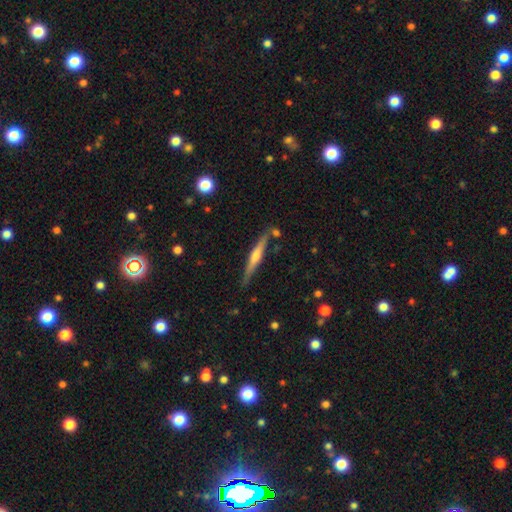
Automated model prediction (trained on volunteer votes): smooth_or_featured: featured or disk (p=0.67) [alt: smooth p=0.28]
disk_edge_on: yes (p=0.97) [alt: no p=0.03]
edge_on_bulge: rounded (p=0.76) [alt: boxy p=0.12]
merging: none (p=0.84) [alt: minor disturbance p=0.10]